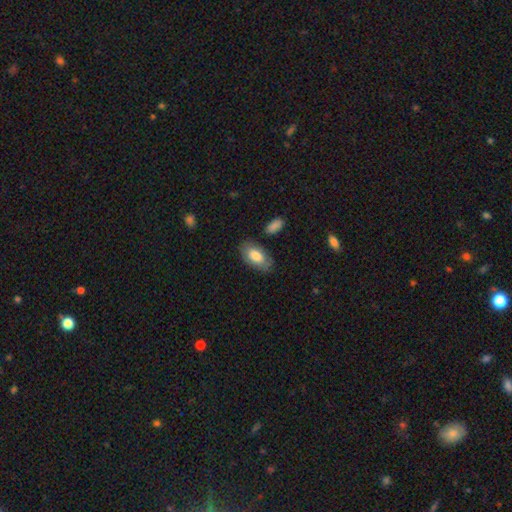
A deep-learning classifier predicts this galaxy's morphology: Smooth or featured? Predicted: smooth (p=0.77). How rounded? Predicted: in between (p=0.94). Merging? Predicted: none (p=0.77).